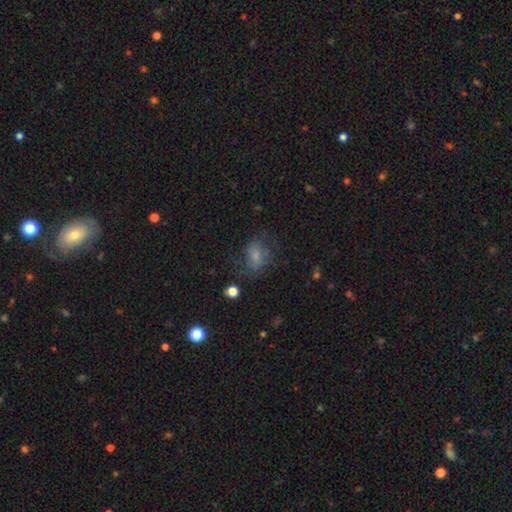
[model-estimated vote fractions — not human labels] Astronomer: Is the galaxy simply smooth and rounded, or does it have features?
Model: smooth — 65%.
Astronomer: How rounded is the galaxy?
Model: in between — 69%.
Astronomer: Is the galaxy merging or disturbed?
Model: none — 55%.